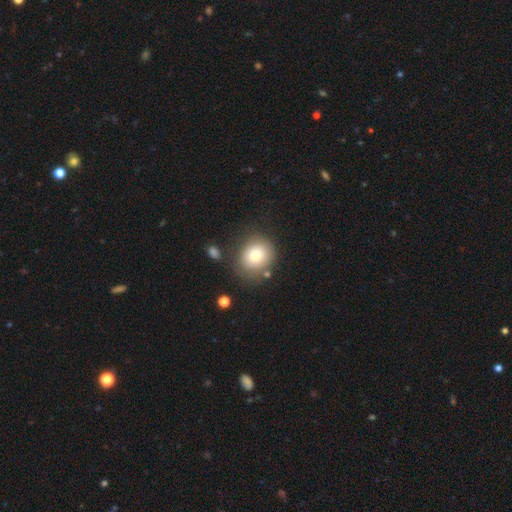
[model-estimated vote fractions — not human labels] Overall: smooth (75%). How rounded: round (78%). Merging: none (72%).